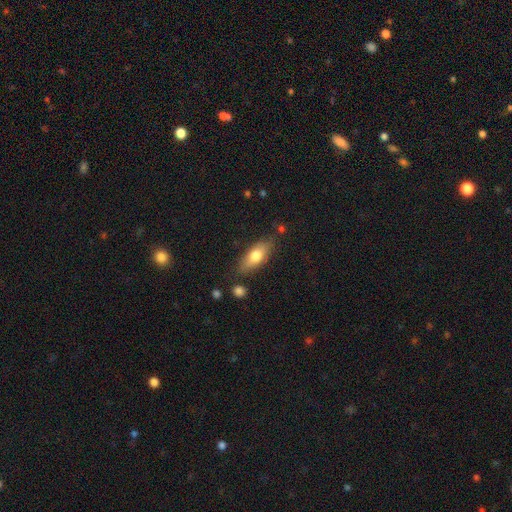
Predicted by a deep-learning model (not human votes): Smooth or featured? smooth (71%)
How rounded? in between (73%)
Merging? none (78%)